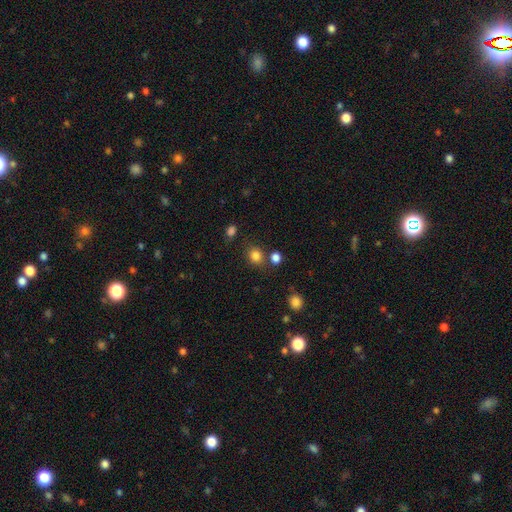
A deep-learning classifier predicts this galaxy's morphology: Smooth or featured? Predicted: smooth (p=0.82). How rounded? Predicted: round (p=0.76). Merging? Predicted: none (p=0.75).